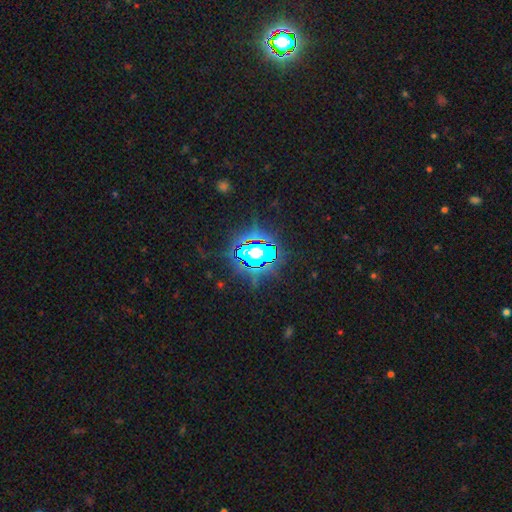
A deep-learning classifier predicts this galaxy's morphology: Smooth or featured? star or artifact (79%)